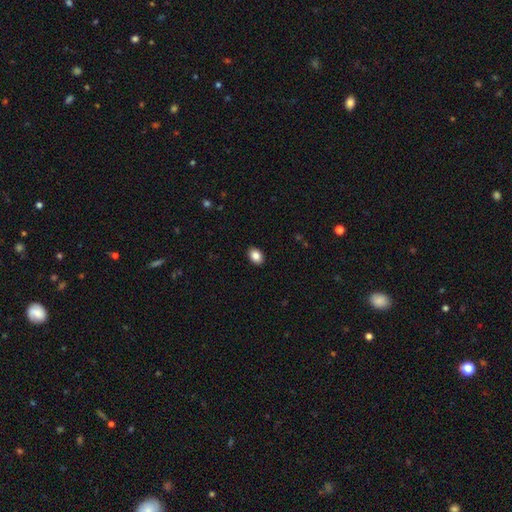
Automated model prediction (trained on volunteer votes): A smooth galaxy with no disk features (87%) that is in between round and cigar-shaped (81%). Merging: none (91%).